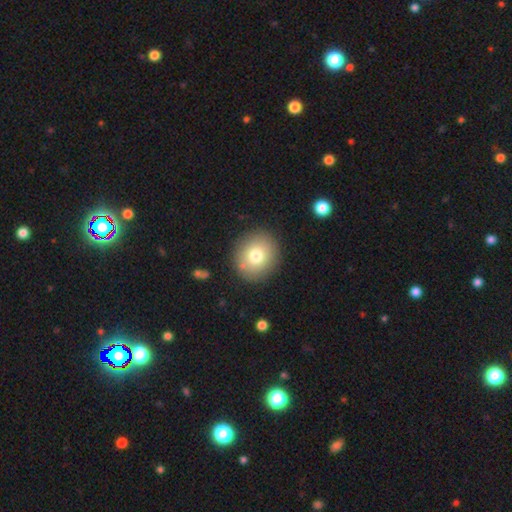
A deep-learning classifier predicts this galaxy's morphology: Smooth or featured? smooth (76%)
How rounded? round (83%)
Merging? none (87%)